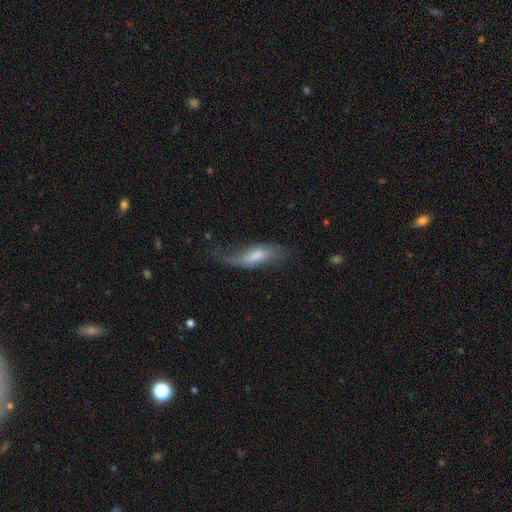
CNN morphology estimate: Smooth or featured? Predicted: smooth (p=0.53). How rounded? Predicted: in between (p=0.62). Merging? Predicted: none (p=0.38).